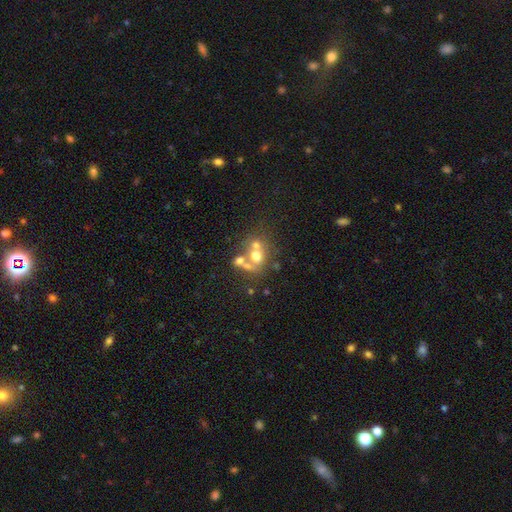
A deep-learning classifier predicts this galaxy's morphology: smooth-or-featured: smooth: 51% | featured or disk: 32% | star or artifact: 18%
  how-rounded: round: 67% | in between: 32% | cigar-shaped: 1%
  merging: merger: 50% | none: 34% | minor disturbance: 9% | major disturbance: 8%